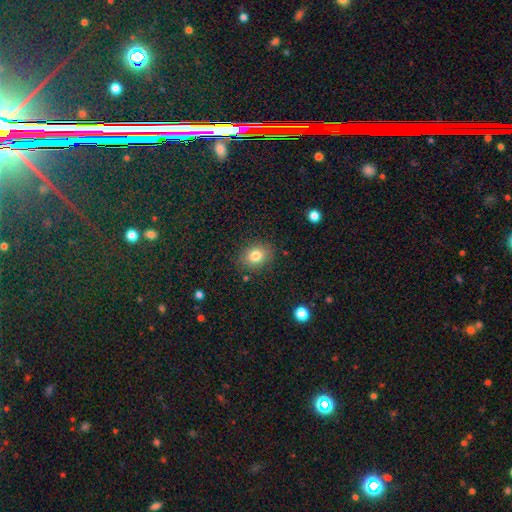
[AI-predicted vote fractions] smooth 80%, star or artifact 11%, featured or disk 9%. Down the decision tree: how rounded — round (51%); merging — none (84%).